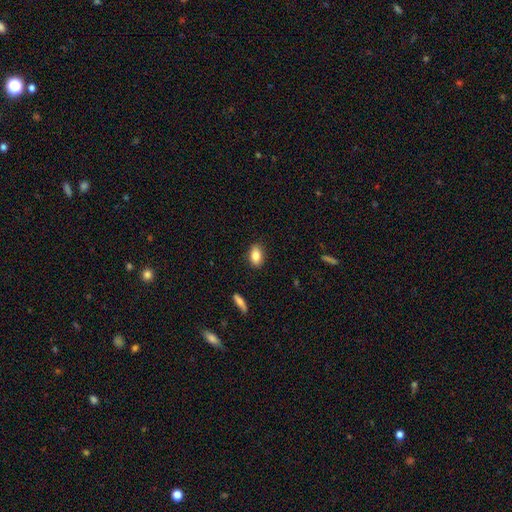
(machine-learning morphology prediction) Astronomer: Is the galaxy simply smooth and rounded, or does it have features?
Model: smooth — 84%.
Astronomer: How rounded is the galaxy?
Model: in between — 89%.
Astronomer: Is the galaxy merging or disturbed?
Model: none — 88%.